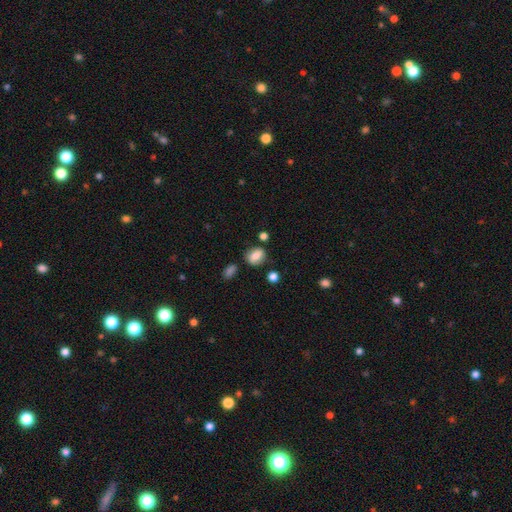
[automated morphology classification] type=smooth (74%); roundness=in between (59%); merging=none (73%).